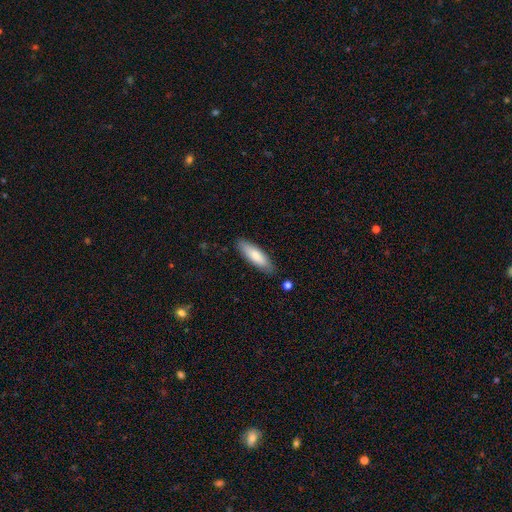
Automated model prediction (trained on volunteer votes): Smooth or featured: smooth — 81% (featured or disk — 14%)
How rounded: cigar-shaped — 52% (in between — 47%)
Merging: none — 85% (minor disturbance — 12%)